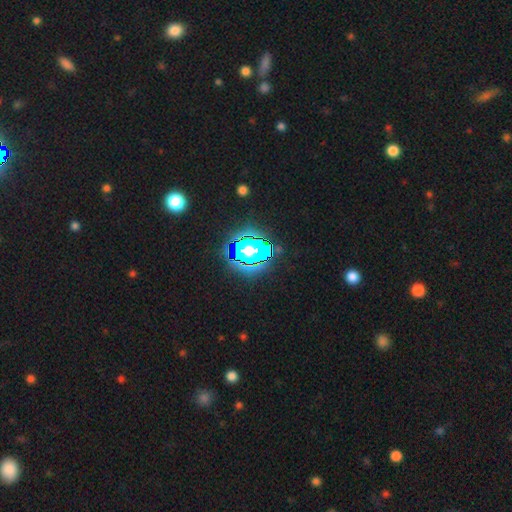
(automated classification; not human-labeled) star or artifact 79%, smooth 13%, featured or disk 8%.